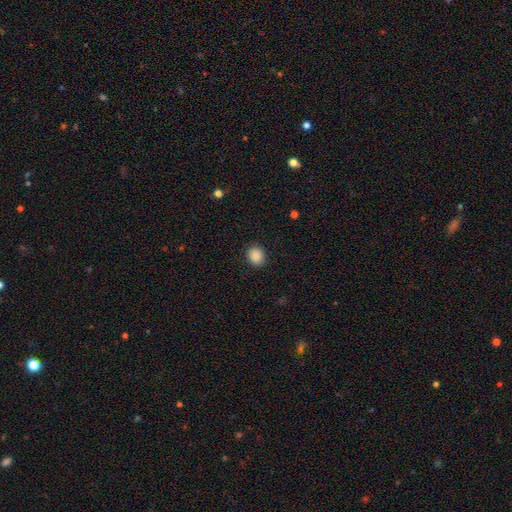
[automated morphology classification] smooth 88%, star or artifact 9%, featured or disk 3%. Down the decision tree: how rounded — round (62%); merging — none (89%).